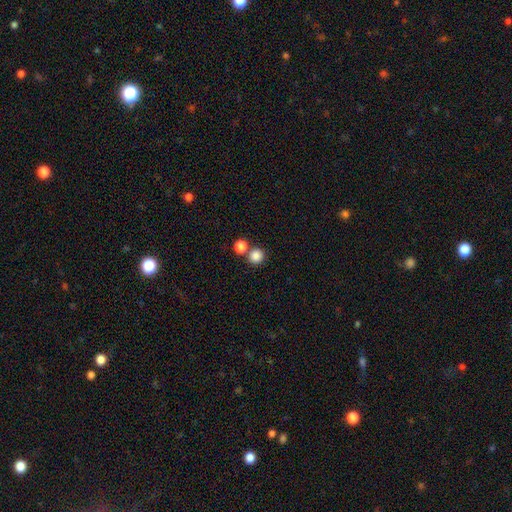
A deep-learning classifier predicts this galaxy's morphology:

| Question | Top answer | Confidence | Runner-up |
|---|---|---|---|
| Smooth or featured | smooth | 85% | star or artifact (11%) |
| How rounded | round | 92% | in between (7%) |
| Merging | none | 70% | merger (22%) |